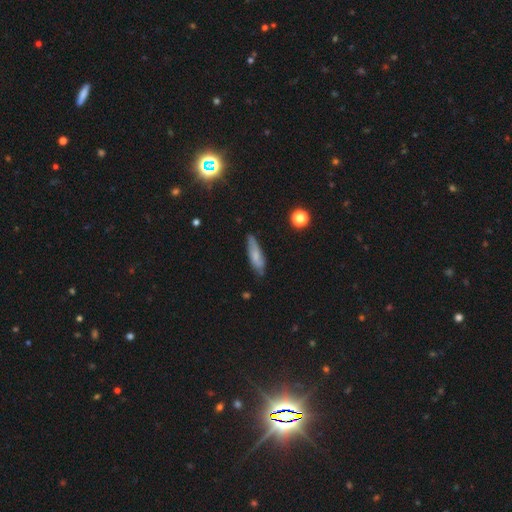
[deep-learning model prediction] smooth-or-featured: smooth: 61% | featured or disk: 31% | star or artifact: 8%
  how-rounded: cigar-shaped: 53% | in between: 45% | round: 2%
  merging: none: 68% | minor disturbance: 24% | major disturbance: 5% | merger: 2%